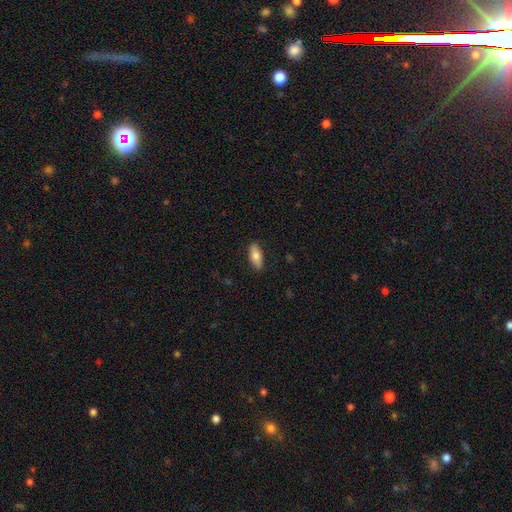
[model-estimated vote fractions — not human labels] This is likely a smooth galaxy (79%). How rounded: likely in between (78%). Merging: clearly none (88%).